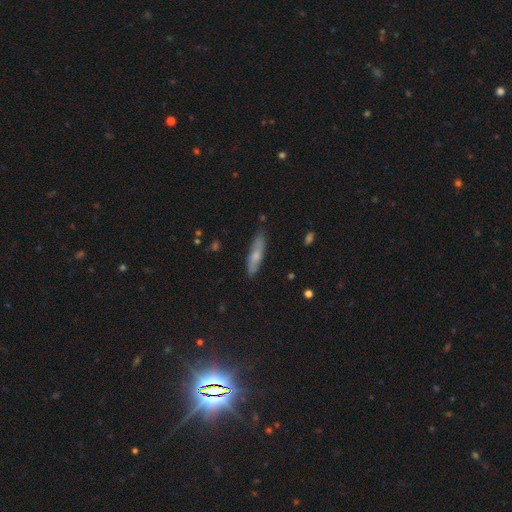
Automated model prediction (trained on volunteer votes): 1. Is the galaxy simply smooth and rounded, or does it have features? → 63% smooth, 31% featured or disk, 6% star or artifact.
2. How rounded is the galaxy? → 75% cigar-shaped, 23% in between, 2% round.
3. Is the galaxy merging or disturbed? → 80% none, 16% minor disturbance, 3% major disturbance, 2% merger.